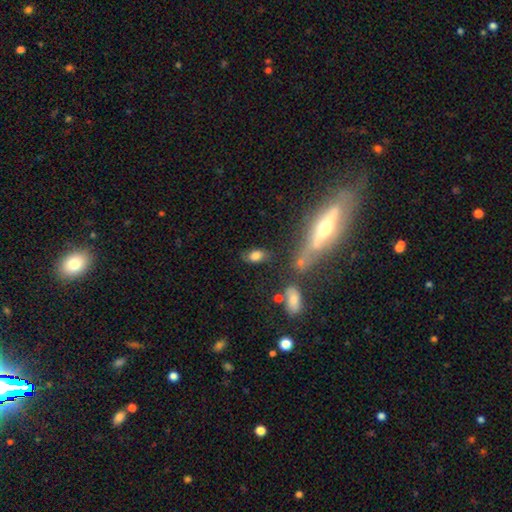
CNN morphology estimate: The model was most divided on "merging": none: 68%, minor disturbance: 18%, merger: 8%, major disturbance: 7%. More confident: how rounded — in between (87%); smooth or featured — smooth (78%).